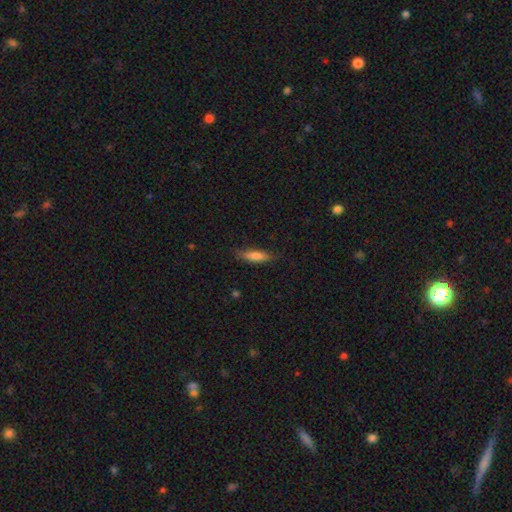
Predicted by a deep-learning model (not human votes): Morphology: type=smooth (77%); roundness=cigar-shaped (61%); merging=none (79%).